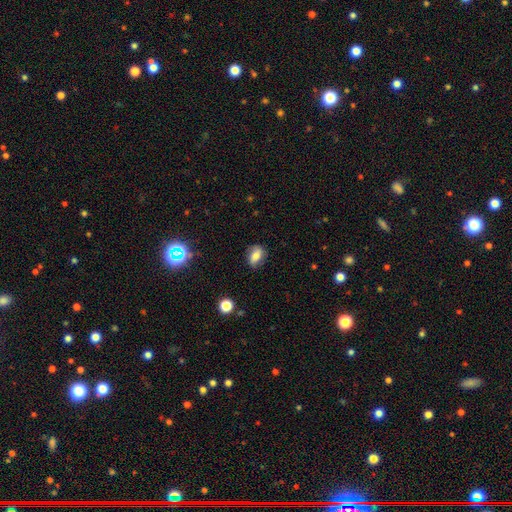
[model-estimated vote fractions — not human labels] Q: Smooth or featured?
A: smooth (63%); runner-up: featured or disk (25%)
Q: How rounded?
A: in between (73%); runner-up: round (23%)
Q: Merging?
A: none (74%); runner-up: minor disturbance (19%)